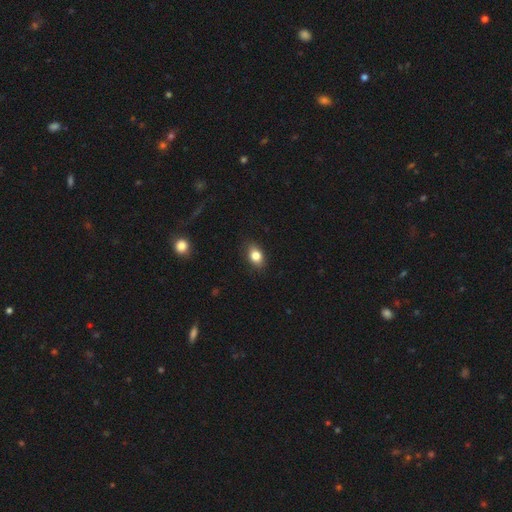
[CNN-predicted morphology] The model was most divided on "how rounded": in between: 79%, round: 19%, cigar-shaped: 2%. More confident: merging — none (85%); smooth or featured — smooth (82%).